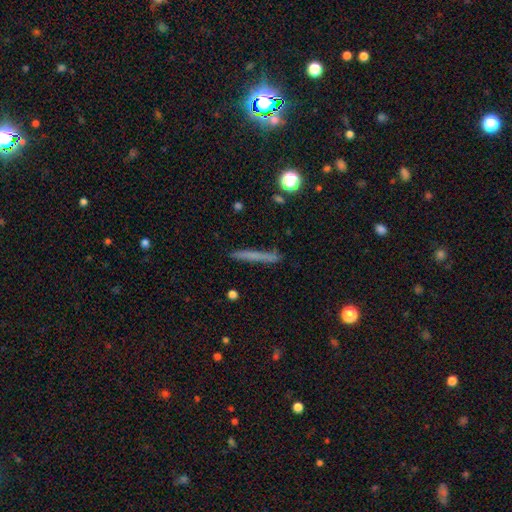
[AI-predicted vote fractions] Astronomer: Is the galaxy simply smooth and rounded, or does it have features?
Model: smooth — 60%.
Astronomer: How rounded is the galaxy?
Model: cigar-shaped — 95%.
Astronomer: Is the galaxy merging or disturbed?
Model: none — 86%.